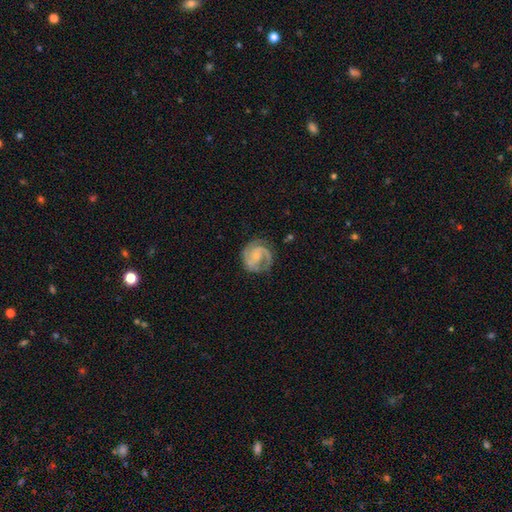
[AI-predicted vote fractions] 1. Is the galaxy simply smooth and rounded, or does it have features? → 84% featured or disk, 11% smooth, 5% star or artifact.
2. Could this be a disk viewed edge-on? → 98% no, 2% yes.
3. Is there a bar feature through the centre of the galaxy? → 53% no, 38% weak, 9% strong.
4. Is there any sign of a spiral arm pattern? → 96% yes, 4% no.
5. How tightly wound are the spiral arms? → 48% medium, 38% tight, 13% loose.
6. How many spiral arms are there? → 79% 2, 6% can't tell, 6% 1, 6% 3, 2% 4, 2% more than 4.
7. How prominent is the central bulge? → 66% small, 21% moderate, 11% none, 1% large, 1% dominant.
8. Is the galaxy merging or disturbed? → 73% none, 17% minor disturbance, 8% major disturbance, 1% merger.